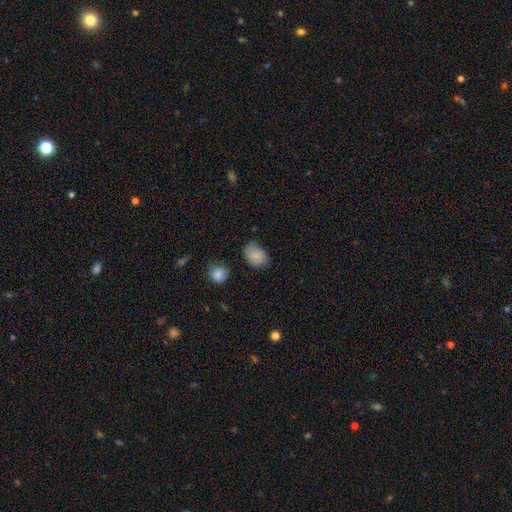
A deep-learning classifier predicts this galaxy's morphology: The model was most divided on "merging": none: 67%, minor disturbance: 25%, major disturbance: 5%, merger: 3%. More confident: smooth or featured — smooth (84%); how rounded — in between (73%).